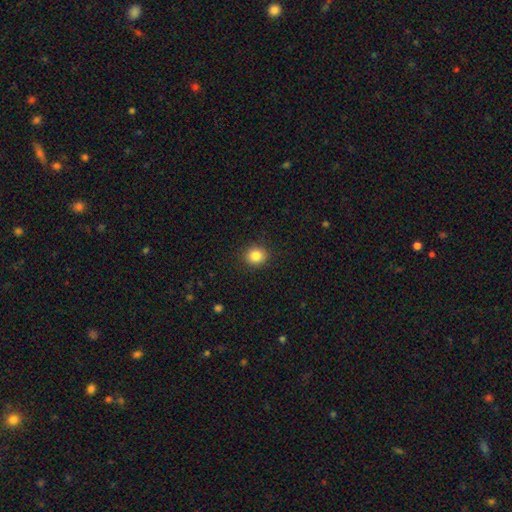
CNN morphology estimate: Smooth or featured?
  - smooth: 85% *
  - star or artifact: 10%
  - featured or disk: 5%
How rounded?
  - round: 85% *
  - in between: 14%
  - cigar-shaped: 1%
Merging?
  - none: 91% *
  - minor disturbance: 6%
  - major disturbance: 2%
  - merger: 1%